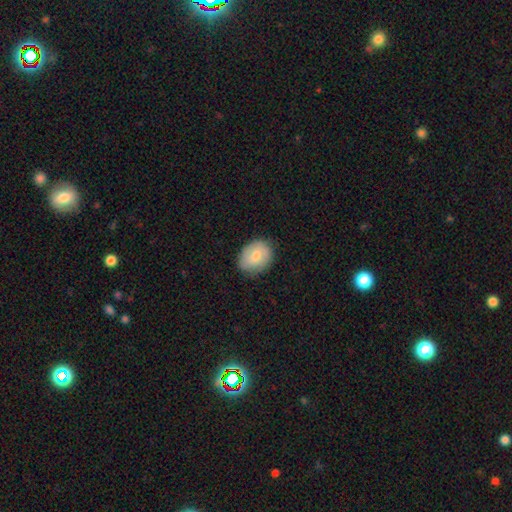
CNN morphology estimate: Smooth or featured? Predicted: smooth (p=0.70). How rounded? Predicted: in between (p=0.51). Merging? Predicted: none (p=0.78).